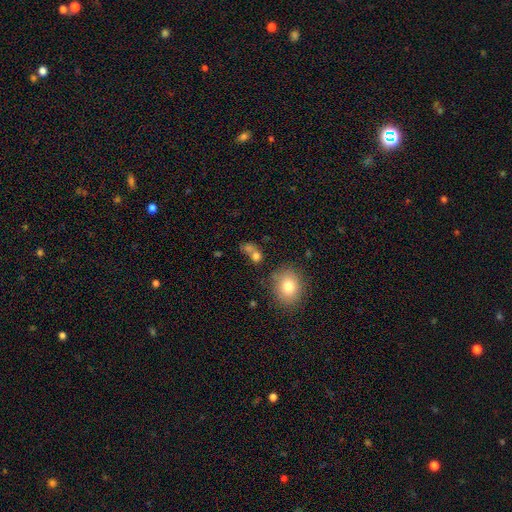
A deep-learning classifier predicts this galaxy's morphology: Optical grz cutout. It shows a smooth galaxy with no disk features (58%) that is round (66%). Merging: none (79%).